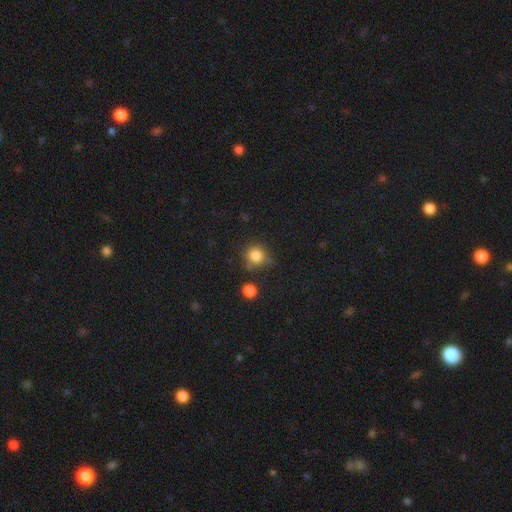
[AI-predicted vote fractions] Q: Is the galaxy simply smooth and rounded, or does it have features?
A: smooth — 84%.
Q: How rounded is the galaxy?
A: round — 90%.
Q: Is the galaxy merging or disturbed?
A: none — 74%.